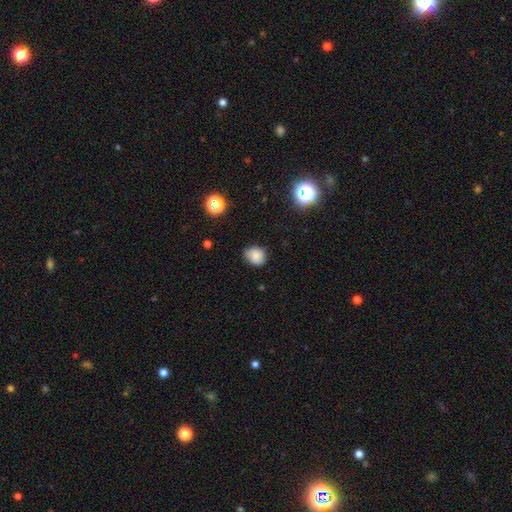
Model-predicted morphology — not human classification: Smooth or featured? smooth (82%)
How rounded? round (68%)
Merging? none (73%)